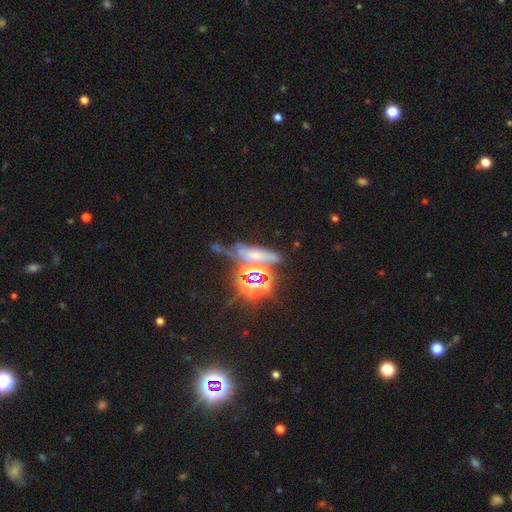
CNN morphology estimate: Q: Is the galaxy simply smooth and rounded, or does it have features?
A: star or artifact — 50%.